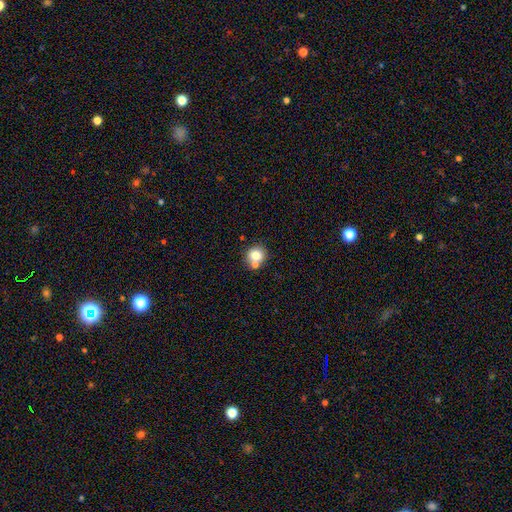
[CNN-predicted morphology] Smooth or featured?
  - smooth: 77% *
  - featured or disk: 12%
  - star or artifact: 11%
How rounded?
  - round: 87% *
  - in between: 12%
  - cigar-shaped: 1%
Merging?
  - none: 61% *
  - merger: 27%
  - minor disturbance: 9%
  - major disturbance: 3%